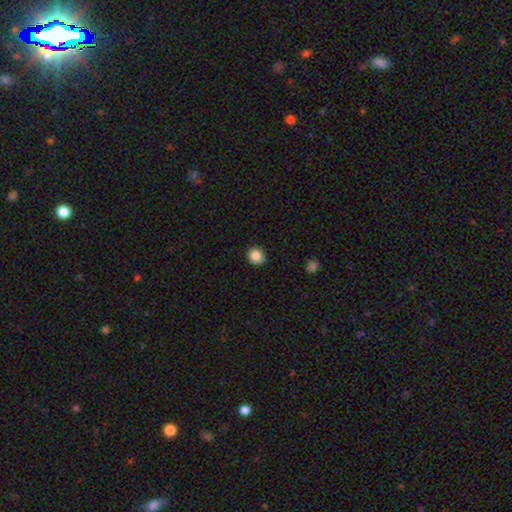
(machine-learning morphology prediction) This appears to be a smooth galaxy with no disk features (86%) that is round (88%). Merging: none (89%).